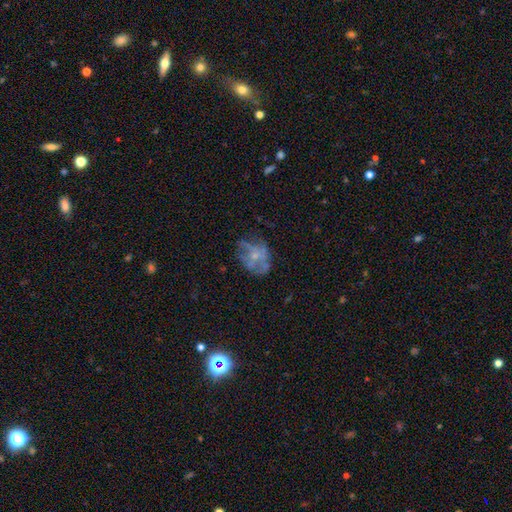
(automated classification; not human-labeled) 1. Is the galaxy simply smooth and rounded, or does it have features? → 55% featured or disk, 34% smooth, 12% star or artifact.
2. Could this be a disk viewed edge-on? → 98% no, 2% yes.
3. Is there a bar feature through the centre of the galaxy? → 87% no, 10% weak, 2% strong.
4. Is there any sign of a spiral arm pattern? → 77% no, 23% yes.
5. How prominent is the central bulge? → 59% small, 22% moderate, 17% none, 2% large, 1% dominant.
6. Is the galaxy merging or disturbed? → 49% none, 23% minor disturbance, 23% major disturbance, 5% merger.